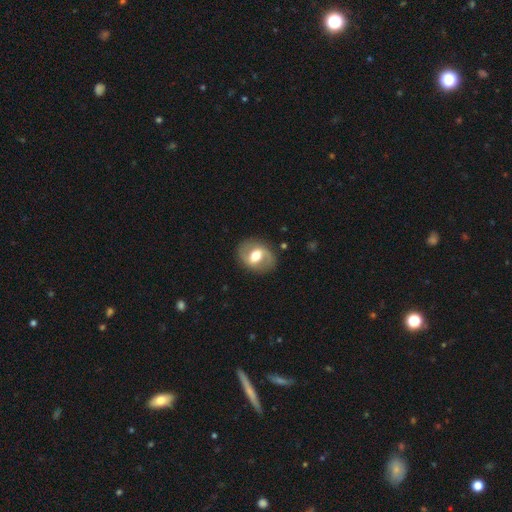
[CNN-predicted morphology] A featured or disk galaxy (64%) with a weak bar (44%), spiral arms (71%) and a moderate central bulge (64%).

Vote fractions:
- Smooth or featured? featured or disk: 64% / smooth: 29% / star or artifact: 7%
- Edge-on disk? no: 95% / yes: 5%
- Bar? weak: 44% / strong: 34% / no: 22%
- Spiral arms? yes: 71% / no: 29%
- Bulge size? moderate: 64% / large: 24% / small: 9% / dominant: 2% / none: 1%
- Merging? none: 82% / minor disturbance: 12% / major disturbance: 5% / merger: 1%